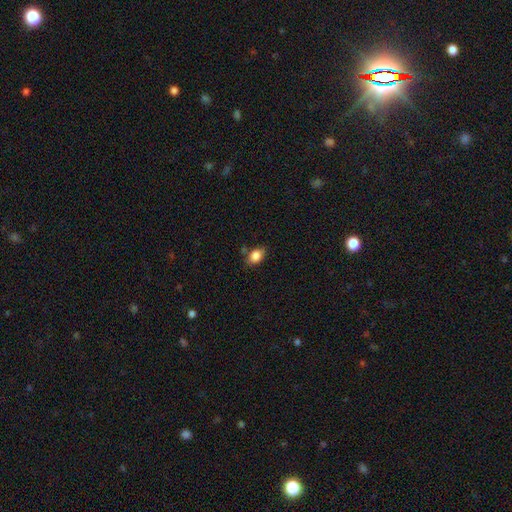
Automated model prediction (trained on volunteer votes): Smooth or featured? smooth (84%)
How rounded? in between (77%)
Merging? none (68%)